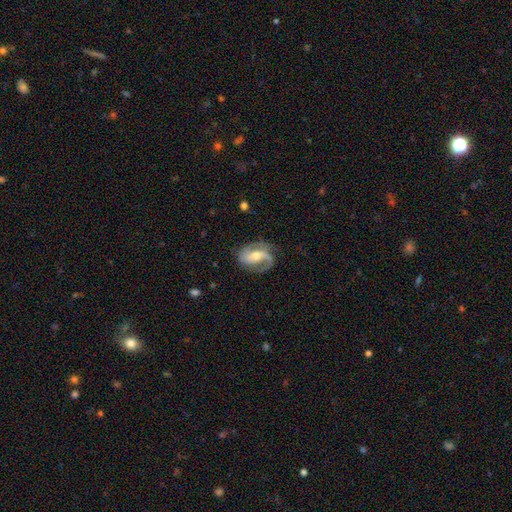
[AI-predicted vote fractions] This is clearly a featured or disk galaxy (85%). It is clearly not viewed edge-on (97%). Bar: marginally weak (40%). Spiral arm pattern: clearly yes (96%). Spiral arm count: likely 2 (79%). Spiral winding: possibly medium (46%). Central bulge: possibly moderate (59%). Merging: likely none (70%).